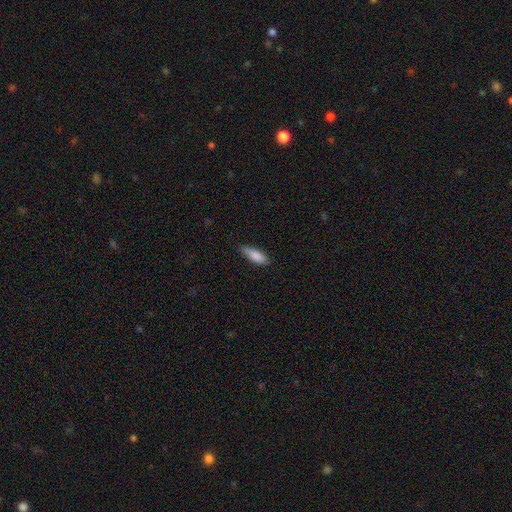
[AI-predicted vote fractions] Morphology: type=smooth (84%); roundness=in between (60%); merging=none (76%).